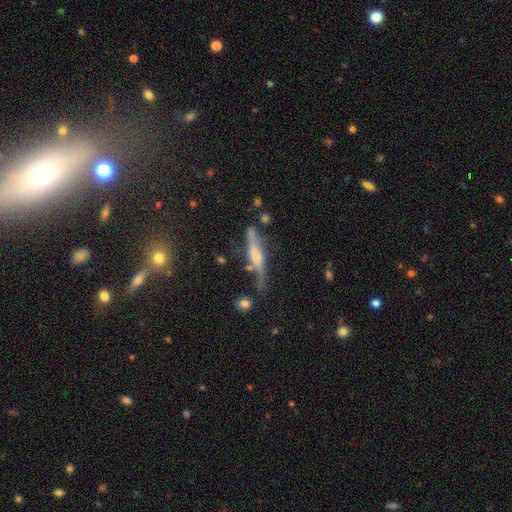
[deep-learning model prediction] This appears to be a featured or disk galaxy (68%) viewed edge-on (86%) with a rounded central bulge (68%). Merging: none (62%).